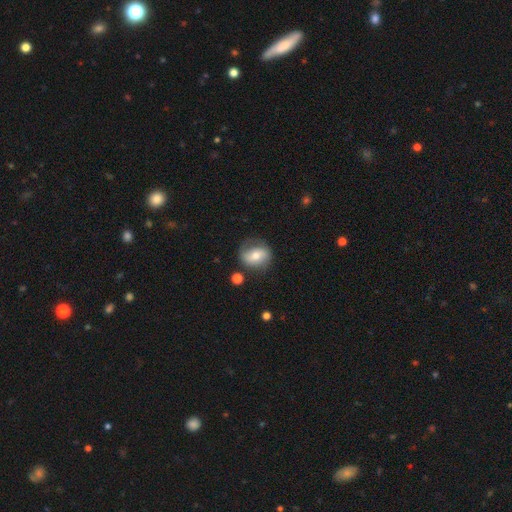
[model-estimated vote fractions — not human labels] The model was most divided on "smooth or featured": smooth: 52%, featured or disk: 40%, star or artifact: 8%. More confident: merging — none (69%); how rounded — round (57%).